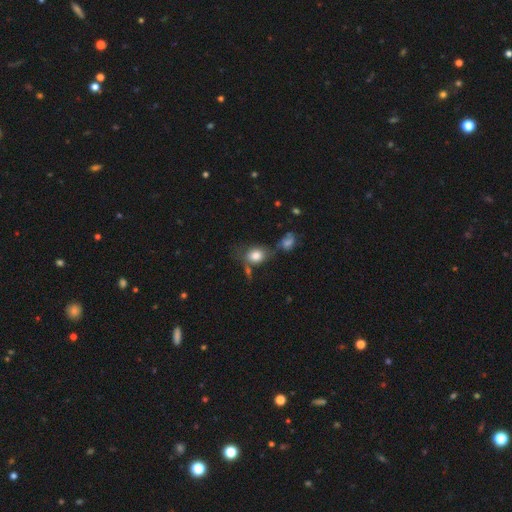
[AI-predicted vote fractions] Smooth or featured: smooth — 81% (featured or disk — 10%)
How rounded: in between — 62% (round — 36%)
Merging: none — 51% (minor disturbance — 22%)